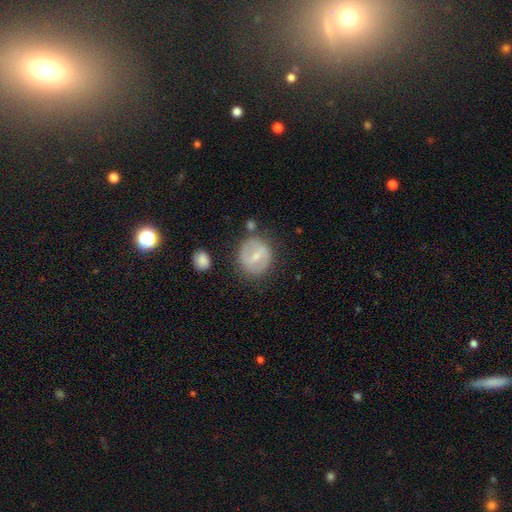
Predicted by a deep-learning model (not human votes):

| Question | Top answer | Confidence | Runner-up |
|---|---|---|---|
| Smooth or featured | featured or disk | 52% | smooth (41%) |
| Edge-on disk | no | 96% | yes (4%) |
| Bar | weak | 50% | strong (34%) |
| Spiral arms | yes | 56% | no (44%) |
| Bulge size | small | 54% | moderate (39%) |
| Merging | none | 75% | minor disturbance (15%) |